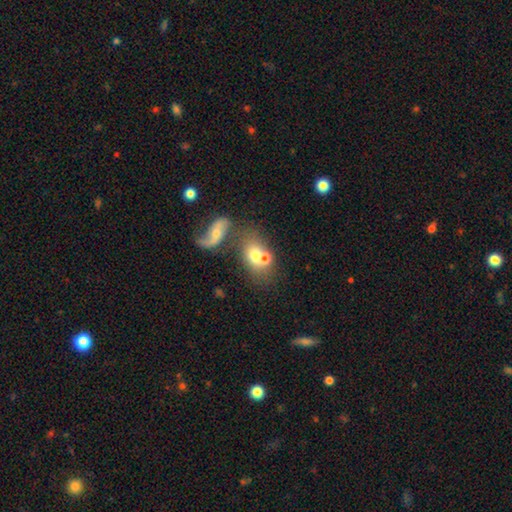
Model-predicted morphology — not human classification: Smooth or featured? Predicted: smooth (p=0.62). How rounded? Predicted: in between (p=0.60). Merging? Predicted: merger (p=0.50).